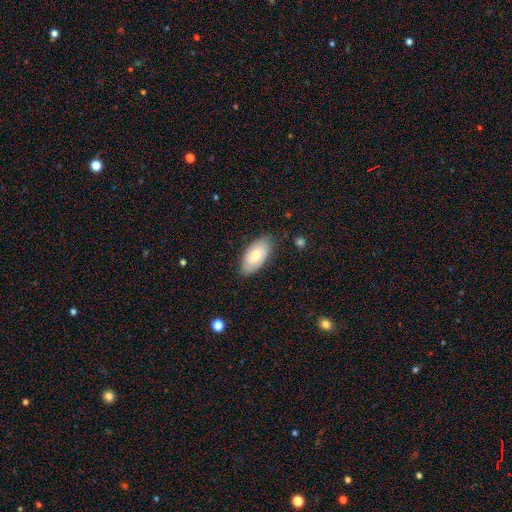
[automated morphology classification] Overall: smooth (67%). How rounded: in between (94%). Merging: none (80%).